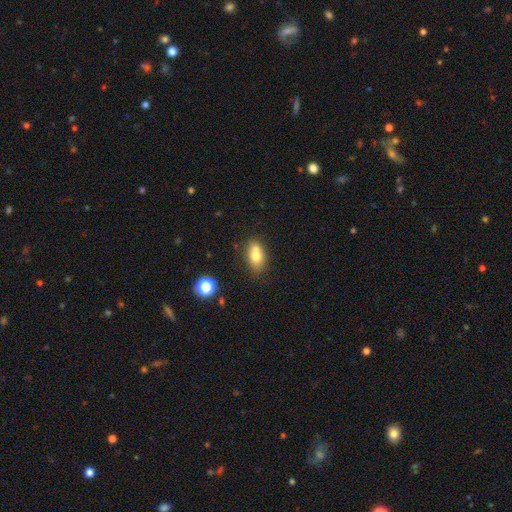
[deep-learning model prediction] Q: Smooth or featured?
A: smooth (71%); runner-up: featured or disk (19%)
Q: How rounded?
A: in between (77%); runner-up: round (20%)
Q: Merging?
A: none (48%); runner-up: merger (32%)